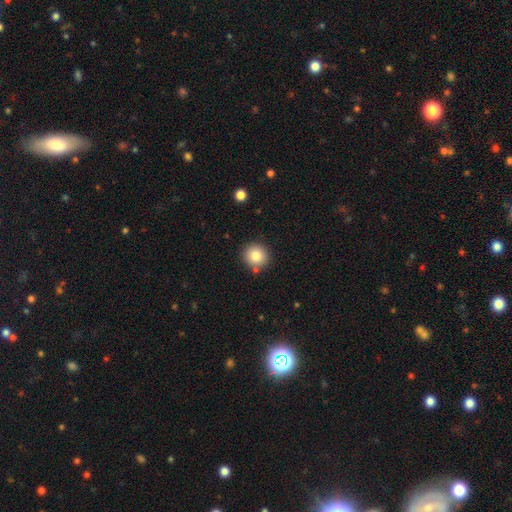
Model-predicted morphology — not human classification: type=smooth (82%); roundness=round (92%); merging=none (84%).